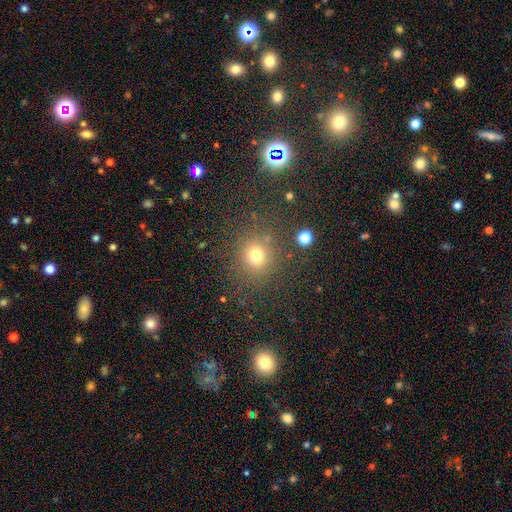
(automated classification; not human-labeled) Smooth or featured? Predicted: smooth (p=0.74). How rounded? Predicted: round (p=0.81). Merging? Predicted: none (p=0.80).